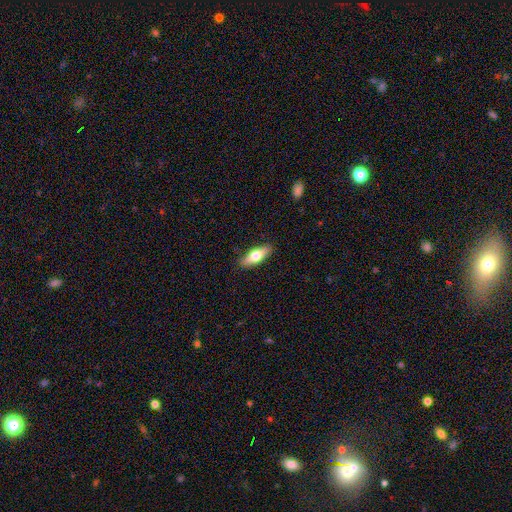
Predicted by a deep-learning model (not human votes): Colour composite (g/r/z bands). It shows a smooth galaxy with no disk features (56%) that is in between round and cigar-shaped (61%). Merging: none (88%).